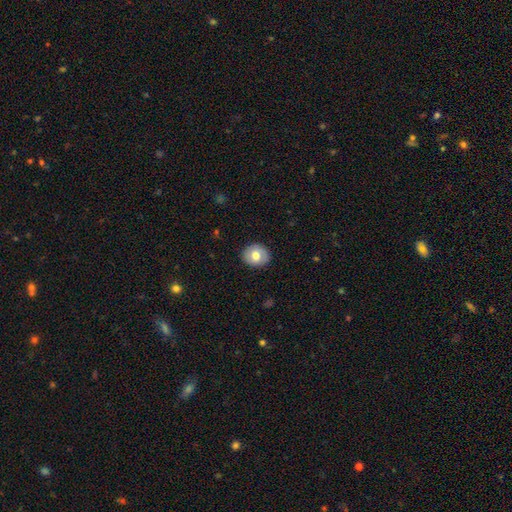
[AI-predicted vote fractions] The model was most divided on "how rounded": round: 71%, in between: 28%, cigar-shaped: 1%. More confident: merging — none (88%); smooth or featured — smooth (71%).